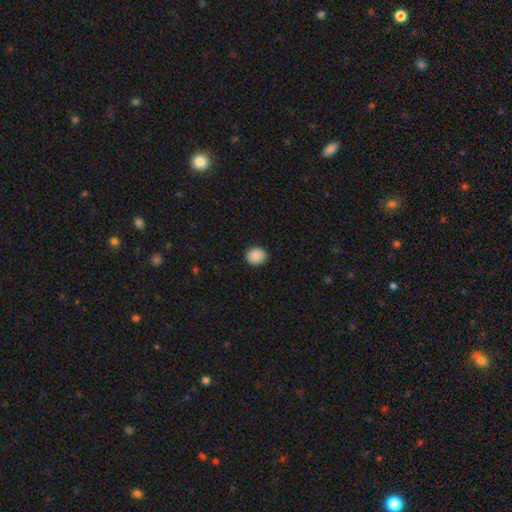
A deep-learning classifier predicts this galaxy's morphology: Overall: smooth (89%). How rounded: round (68%; in between 31%). Merging: none (88%).